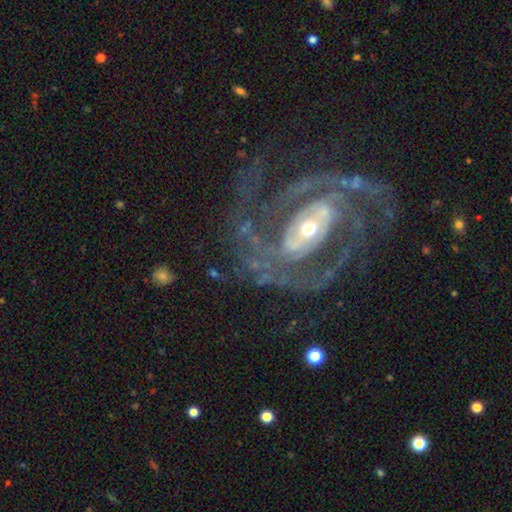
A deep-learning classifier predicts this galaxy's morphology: This appears to be a featured or disk galaxy (90%) with a strong bar (35%), 2 (55%) tight (47%) spiral arms (96%) and a moderate central bulge (49%). Merging: none (66%).